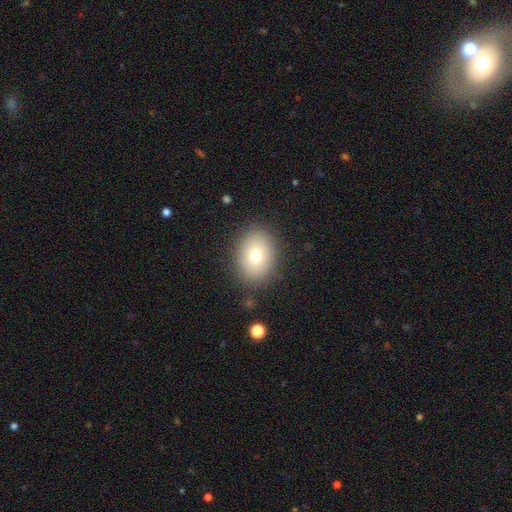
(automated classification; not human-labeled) Overall: smooth (75%). How rounded: in between (59%; round 40%). Merging: none (86%).